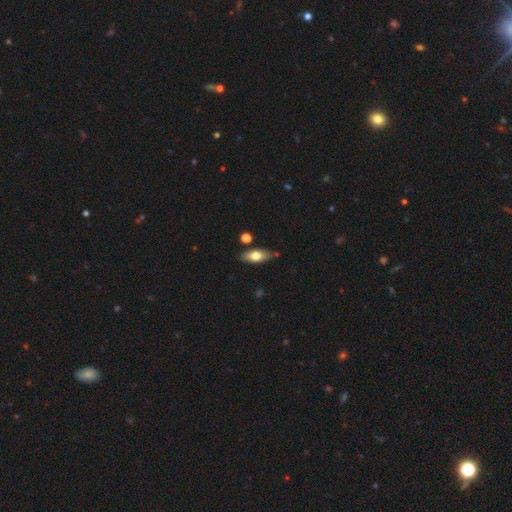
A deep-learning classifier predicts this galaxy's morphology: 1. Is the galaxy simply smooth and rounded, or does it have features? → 67% smooth, 27% featured or disk, 6% star or artifact.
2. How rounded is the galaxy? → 77% in between, 19% cigar-shaped, 4% round.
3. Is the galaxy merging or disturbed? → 80% none, 13% minor disturbance, 5% merger, 3% major disturbance.